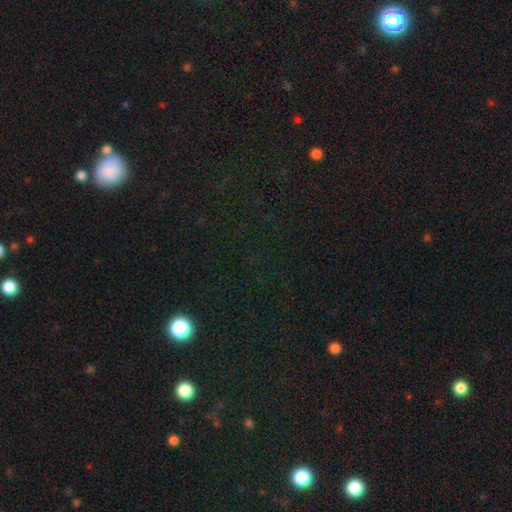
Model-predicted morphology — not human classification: smooth_or_featured: star or artifact (p=0.74) [alt: smooth p=0.18]